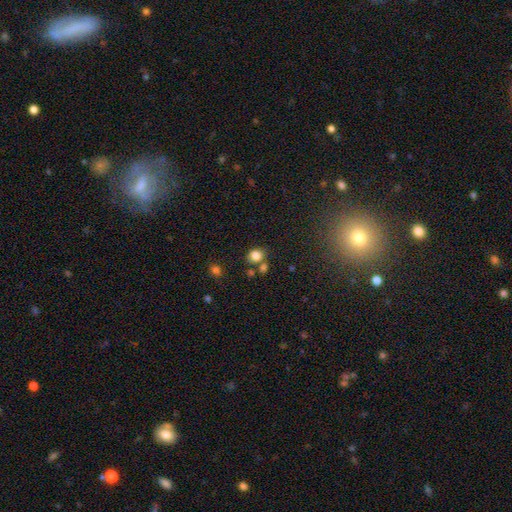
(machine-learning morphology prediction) type=smooth (82%); roundness=round (68%); merging=none (67%).